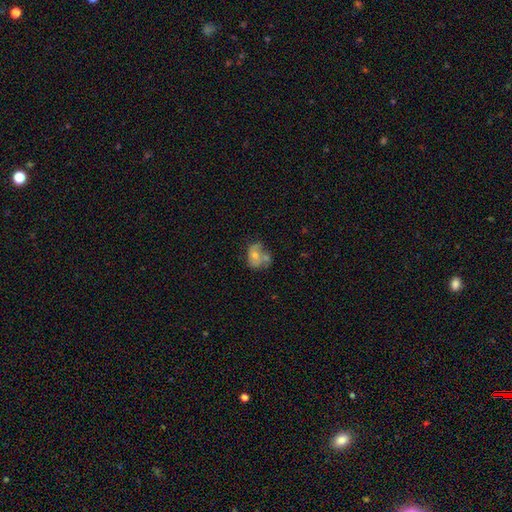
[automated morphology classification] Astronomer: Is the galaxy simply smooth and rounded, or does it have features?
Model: smooth — 52% (runner-up: featured or disk, 40%).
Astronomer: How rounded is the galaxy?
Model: in between — 61% (runner-up: round, 38%).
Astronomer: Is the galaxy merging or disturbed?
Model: merger — 35% (runner-up: none, 31%).